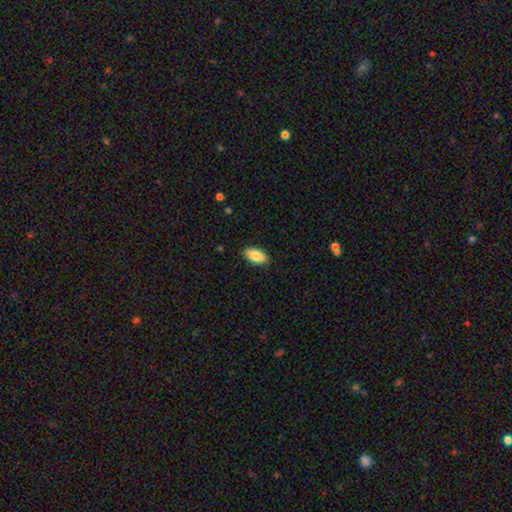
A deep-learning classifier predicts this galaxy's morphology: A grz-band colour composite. It shows a smooth galaxy with no disk features (86%) that is in between round and cigar-shaped (92%). Merging: none (88%).